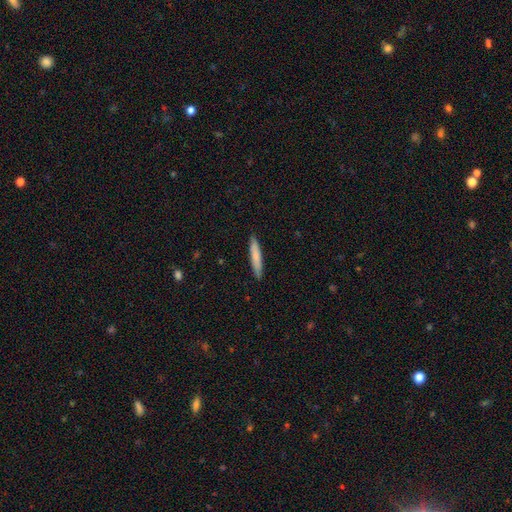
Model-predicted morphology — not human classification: Smooth or featured: smooth — 77% (featured or disk — 18%)
How rounded: cigar-shaped — 91% (in between — 7%)
Merging: none — 90% (minor disturbance — 8%)